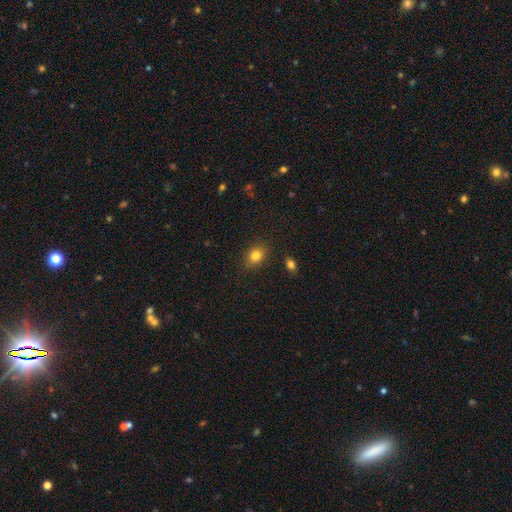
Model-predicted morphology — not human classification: The model was most divided on "how rounded": in between: 59%, round: 40%, cigar-shaped: 2%. More confident: merging — none (83%); smooth or featured — smooth (82%).